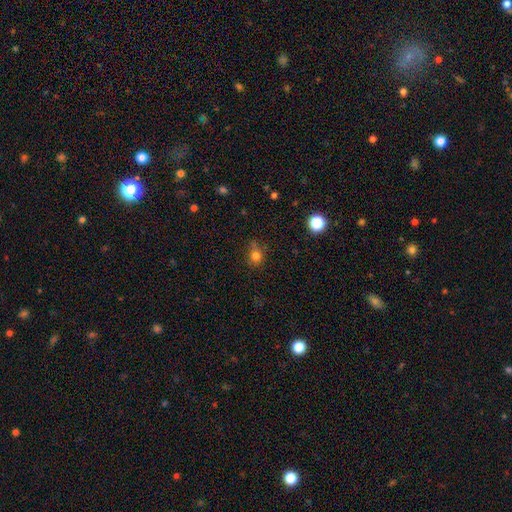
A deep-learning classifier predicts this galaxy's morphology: A smooth galaxy with no disk features (77%) that is round (69%). Merging: none (61%).